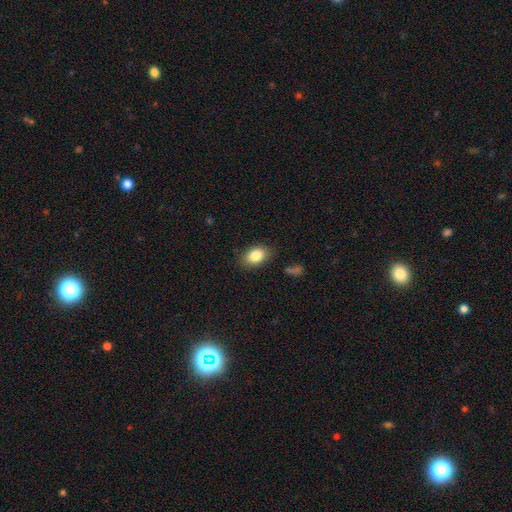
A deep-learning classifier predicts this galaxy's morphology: A smooth galaxy with no disk features (84%) that is in between round and cigar-shaped (86%). Merging: none (84%).